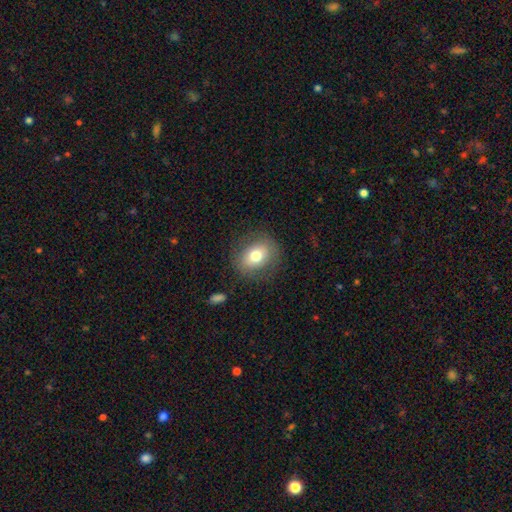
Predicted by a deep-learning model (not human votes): Overall: smooth (71%). How rounded: round (55%; in between 44%). Merging: none (81%).